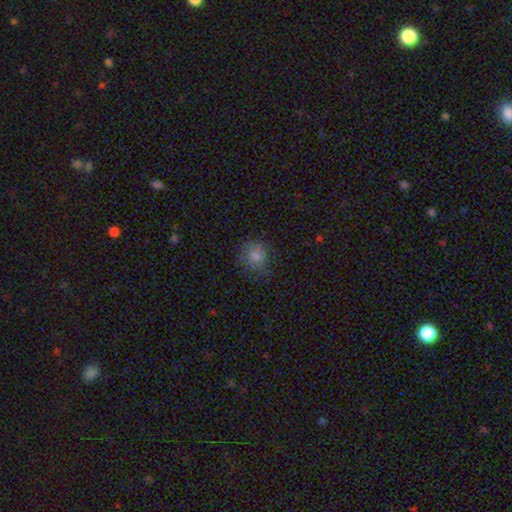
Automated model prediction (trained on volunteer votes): Overall: smooth (76%). How rounded: round (81%). Merging: none (74%).